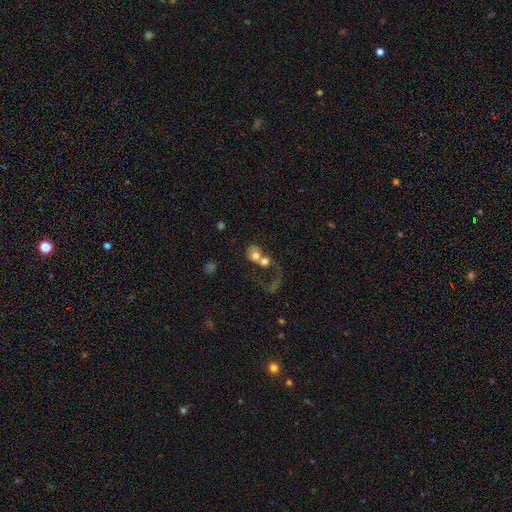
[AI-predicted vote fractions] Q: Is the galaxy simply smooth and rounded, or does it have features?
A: smooth — 59%.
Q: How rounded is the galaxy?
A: round — 65%.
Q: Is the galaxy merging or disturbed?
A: merger — 66%.